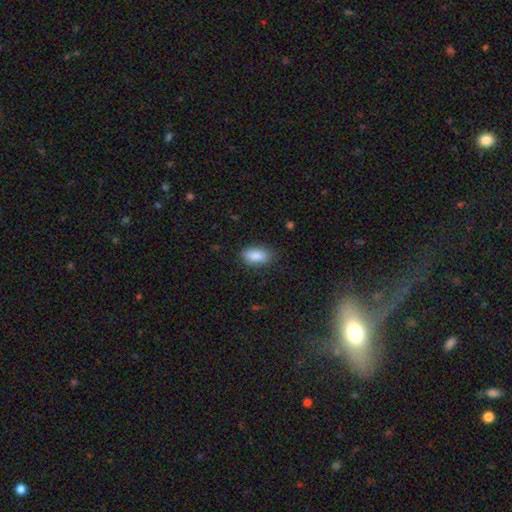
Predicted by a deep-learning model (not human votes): The model was most divided on "merging": none: 84%, minor disturbance: 12%, major disturbance: 3%, merger: 1%. More confident: how rounded — in between (90%); smooth or featured — smooth (87%).